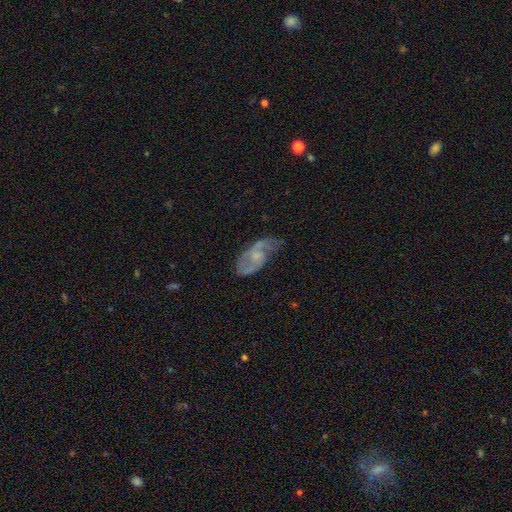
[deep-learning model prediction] Smooth or featured? Predicted: featured or disk (p=0.74). Edge-on disk? Predicted: no (p=0.94). Bar? Predicted: no (p=0.64). Spiral arms? Predicted: yes (p=0.89). Spiral winding? Predicted: medium (p=0.46). Spiral arm count? Predicted: 2 (p=0.77). Bulge size? Predicted: small (p=0.55). Merging? Predicted: none (p=0.56).